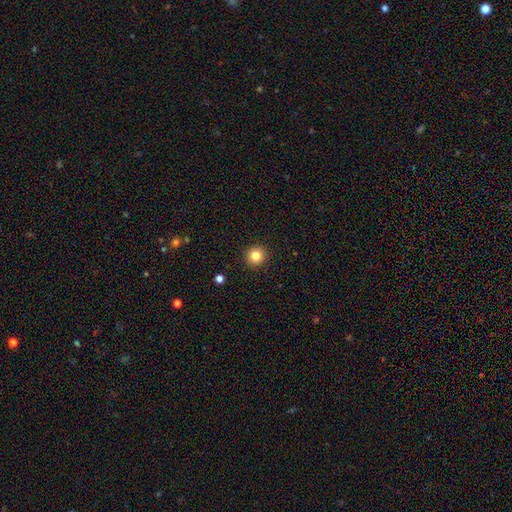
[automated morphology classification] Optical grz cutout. It shows a smooth galaxy with no disk features (83%) that is round (94%). Merging: none (93%).